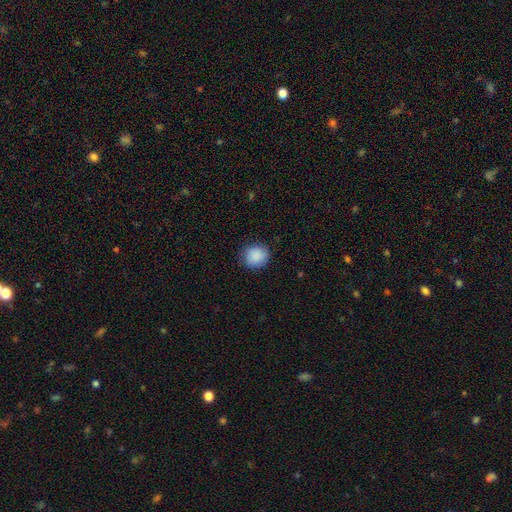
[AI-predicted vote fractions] Smooth or featured: smooth — 89% (star or artifact — 7%)
How rounded: round — 82% (in between — 17%)
Merging: none — 83% (minor disturbance — 13%)